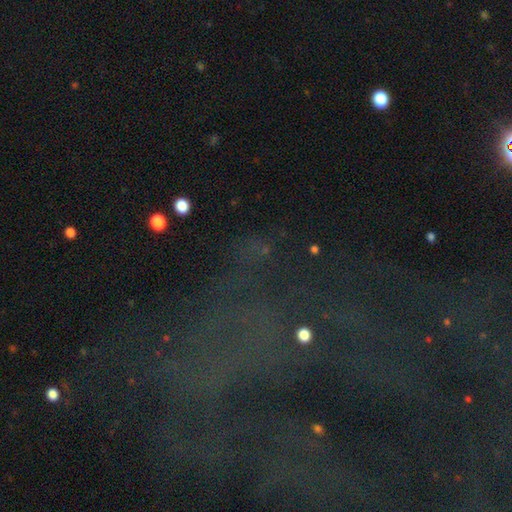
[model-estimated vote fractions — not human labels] The model was most divided on "smooth or featured": star or artifact: 68%, featured or disk: 17%, smooth: 16%.